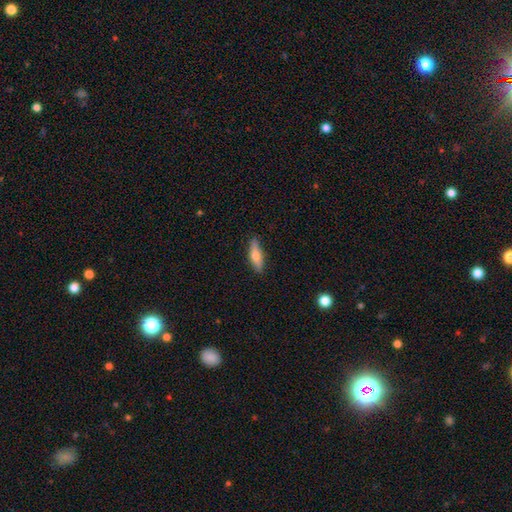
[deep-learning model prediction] smooth_or_featured: smooth (p=0.68) [alt: featured or disk p=0.26]
how_rounded: cigar-shaped (p=0.54) [alt: in between p=0.44]
merging: none (p=0.85) [alt: minor disturbance p=0.11]